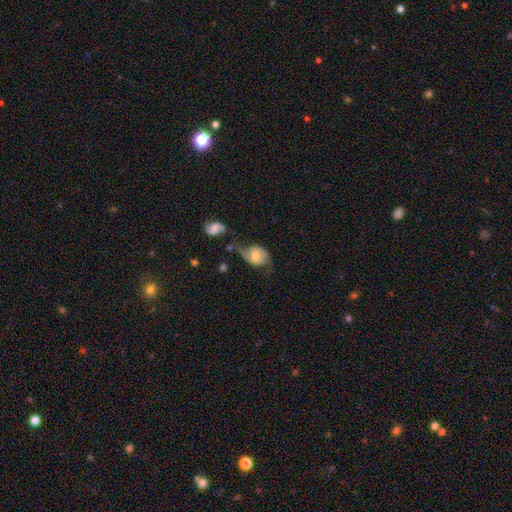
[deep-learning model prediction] smooth 49%, featured or disk 43%, star or artifact 8%. Down the decision tree: merging — none (30%).